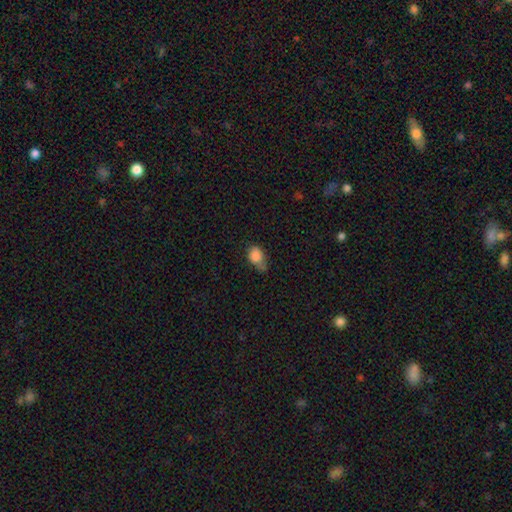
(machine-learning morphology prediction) This appears to be a smooth galaxy with no disk features (83%) that is in between round and cigar-shaped (74%). Merging: minor disturbance (44%).